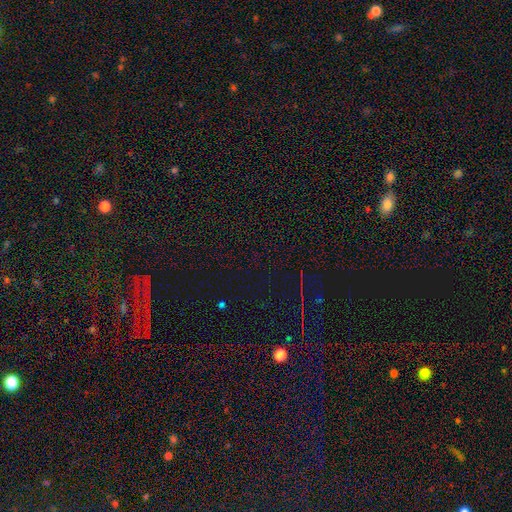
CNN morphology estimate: star or artifact 77%, smooth 15%, featured or disk 8%.